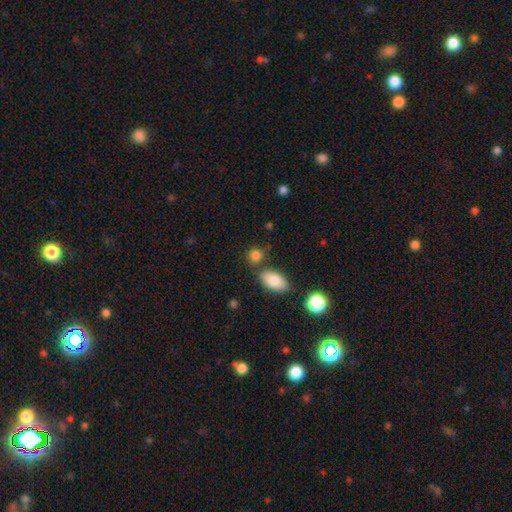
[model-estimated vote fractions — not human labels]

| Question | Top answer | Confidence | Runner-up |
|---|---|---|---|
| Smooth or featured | smooth | 84% | star or artifact (10%) |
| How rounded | round | 59% | in between (38%) |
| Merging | none | 67% | merger (15%) |